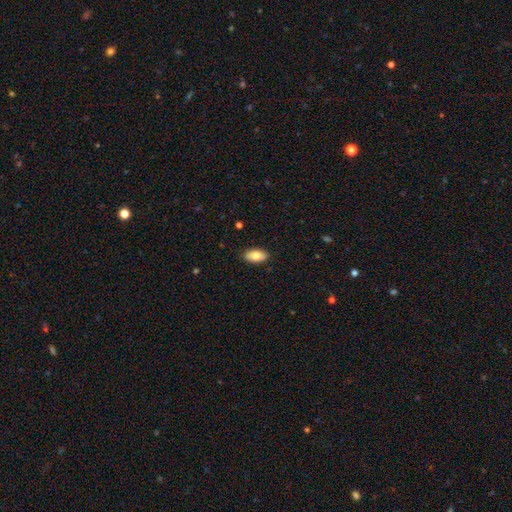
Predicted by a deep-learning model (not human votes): smooth-or-featured: smooth: 82% | featured or disk: 12% | star or artifact: 6%
  how-rounded: in between: 92% | cigar-shaped: 5% | round: 3%
  merging: none: 89% | minor disturbance: 8% | major disturbance: 2% | merger: 1%